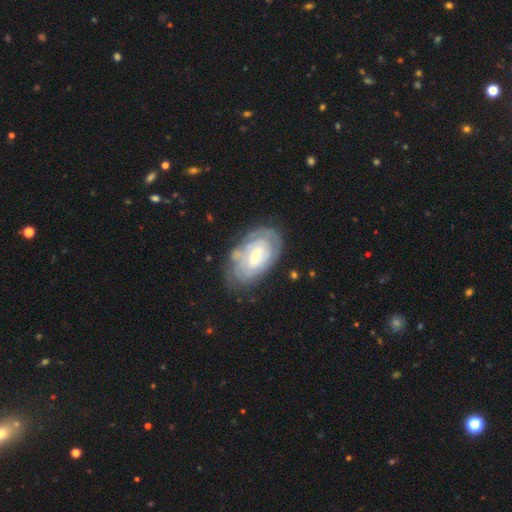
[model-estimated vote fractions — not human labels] smooth_or_featured: featured or disk (p=0.77) [alt: smooth p=0.17]
disk_edge_on: no (p=0.96) [alt: yes p=0.04]
bar: weak (p=0.48) [alt: no p=0.32]
has_spiral_arms: yes (p=0.86) [alt: no p=0.14]
spiral_winding: tight (p=0.77) [alt: medium p=0.18]
spiral_arm_count: can't tell (p=0.56) [alt: 2 p=0.19]
bulge_size: small (p=0.59) [alt: moderate p=0.36]
merging: none (p=0.71) [alt: minor disturbance p=0.20]